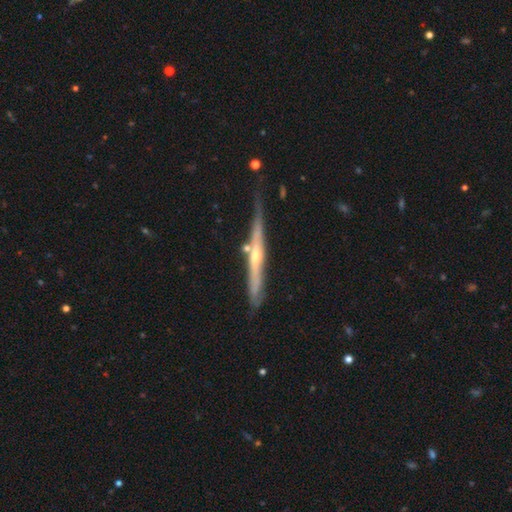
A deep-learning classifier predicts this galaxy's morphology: This appears to be a featured or disk galaxy (77%) viewed edge-on (95%) with a rounded central bulge (71%). Merging: none (65%).